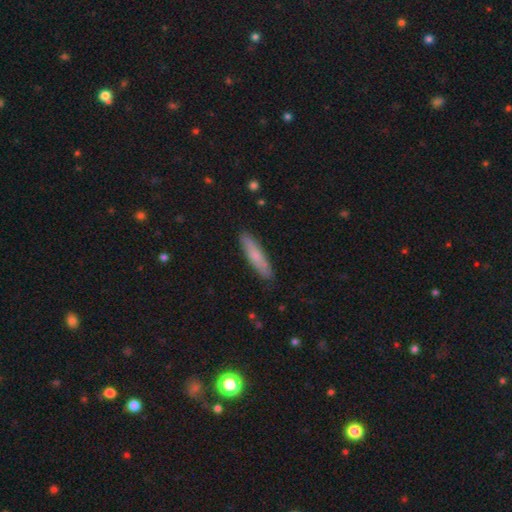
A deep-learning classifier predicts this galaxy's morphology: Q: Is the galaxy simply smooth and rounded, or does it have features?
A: smooth — 72%.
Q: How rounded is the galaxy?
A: cigar-shaped — 84%.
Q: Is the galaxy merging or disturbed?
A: none — 89%.